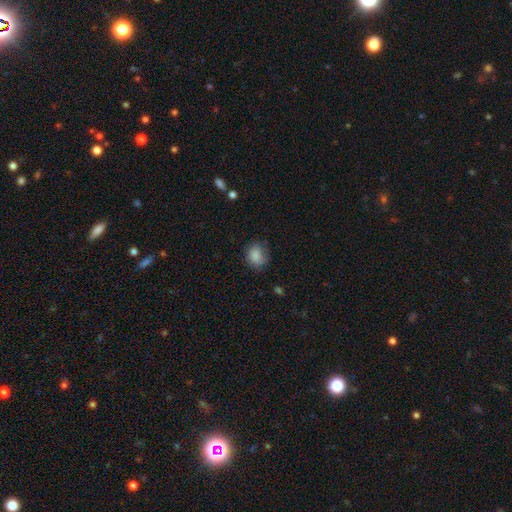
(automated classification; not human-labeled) Smooth or featured? smooth (85%)
How rounded? round (62%)
Merging? none (70%)